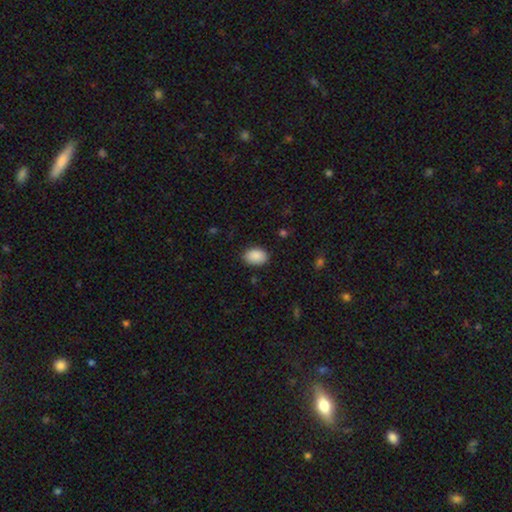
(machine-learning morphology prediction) Q: Smooth or featured?
A: smooth (90%); runner-up: star or artifact (7%)
Q: How rounded?
A: in between (82%); runner-up: round (17%)
Q: Merging?
A: none (85%); runner-up: minor disturbance (11%)